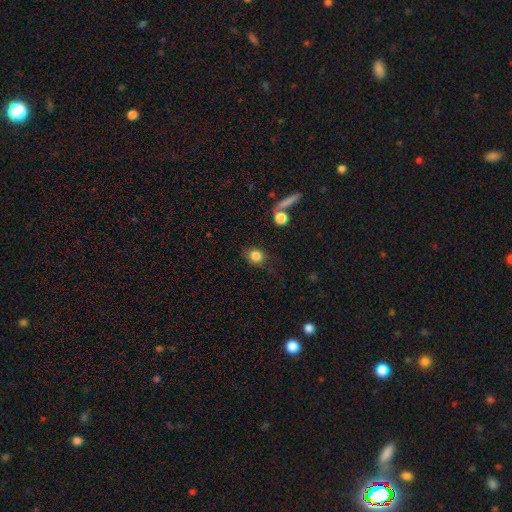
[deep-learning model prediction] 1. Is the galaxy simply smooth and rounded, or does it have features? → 82% smooth, 11% star or artifact, 7% featured or disk.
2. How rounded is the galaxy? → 76% round, 23% in between, 2% cigar-shaped.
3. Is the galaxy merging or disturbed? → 81% none, 12% minor disturbance, 4% major disturbance, 4% merger.